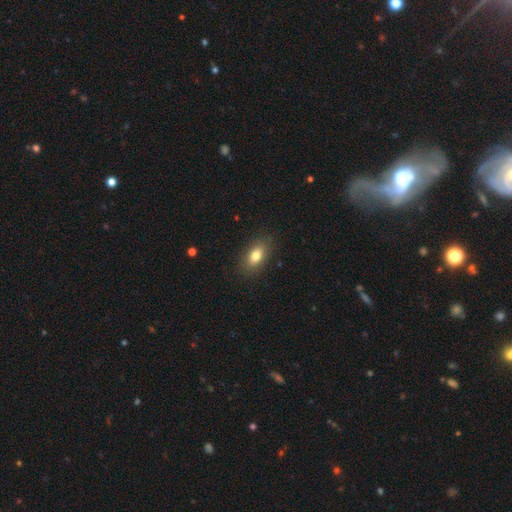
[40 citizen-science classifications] Morphology: type=smooth (88%); roundness=in between (91%); merging=none (78%).